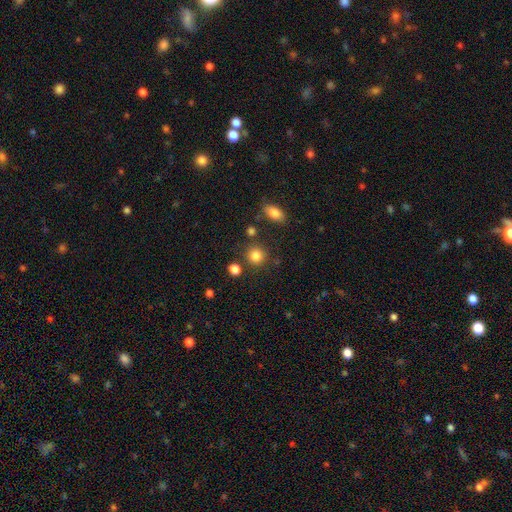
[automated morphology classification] A smooth galaxy with no disk features (83%) that is round (89%).

Vote fractions:
- Smooth or featured? smooth: 83% / star or artifact: 11% / featured or disk: 5%
- How rounded? round: 89% / in between: 10% / cigar-shaped: 1%
- Merging? none: 82% / minor disturbance: 9% / merger: 6% / major disturbance: 3%